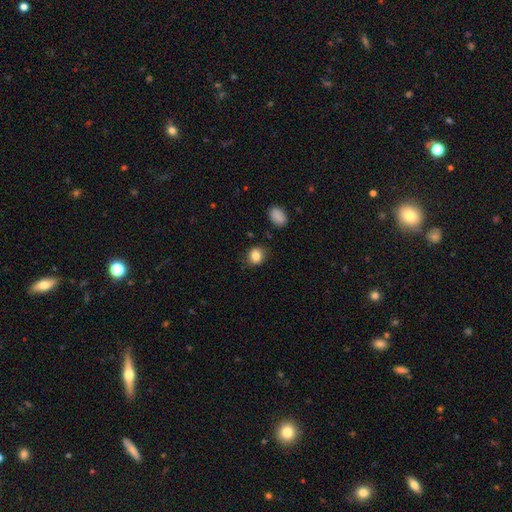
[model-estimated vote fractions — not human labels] Overall: smooth (84%). How rounded: round (66%; in between 33%). Merging: none (83%).